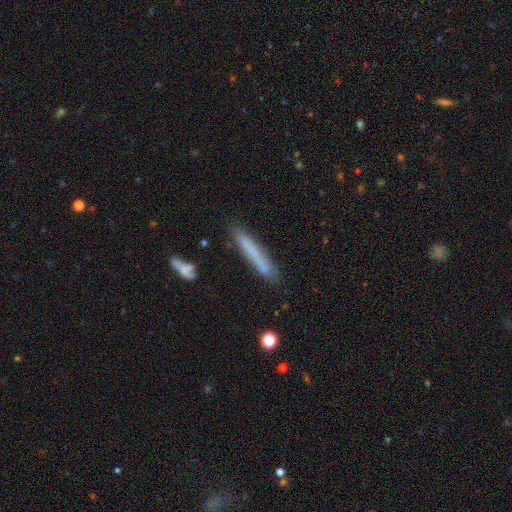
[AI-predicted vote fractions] The model was most divided on "smooth or featured": smooth: 67%, featured or disk: 25%, star or artifact: 8%. More confident: how rounded — cigar-shaped (95%); merging — none (81%).